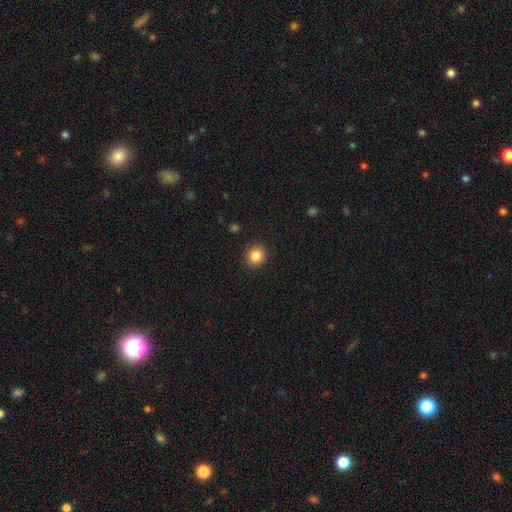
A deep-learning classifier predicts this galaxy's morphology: type=smooth (85%); roundness=round (86%); merging=none (92%).